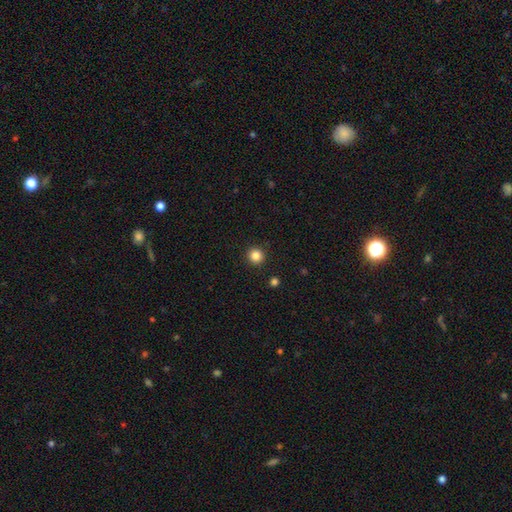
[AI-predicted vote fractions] Morphology: type=smooth (85%); roundness=round (94%); merging=none (93%).